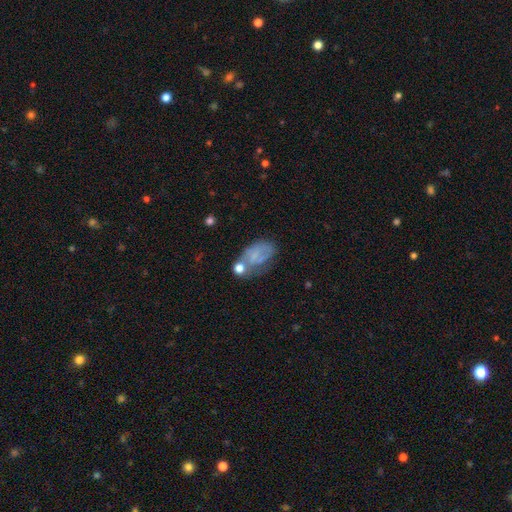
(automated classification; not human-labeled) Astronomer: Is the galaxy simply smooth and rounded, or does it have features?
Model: smooth — 47% (runner-up: featured or disk, 42%).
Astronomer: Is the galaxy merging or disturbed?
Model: none — 39% (runner-up: minor disturbance, 27%).